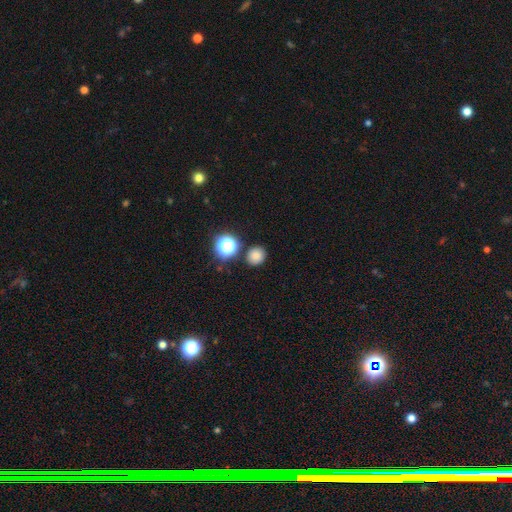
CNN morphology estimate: type=smooth (78%); roundness=round (81%); merging=none (85%).